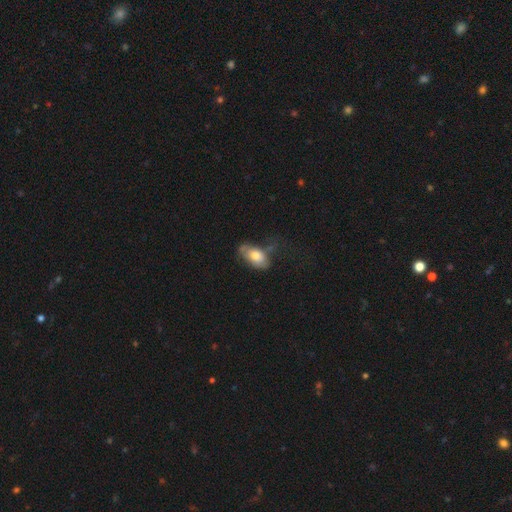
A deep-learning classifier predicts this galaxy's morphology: smooth_or_featured: smooth (p=0.66) [alt: featured or disk p=0.27]
how_rounded: in between (p=0.91) [alt: round p=0.06]
merging: none (p=0.41) [alt: minor disturbance p=0.32]